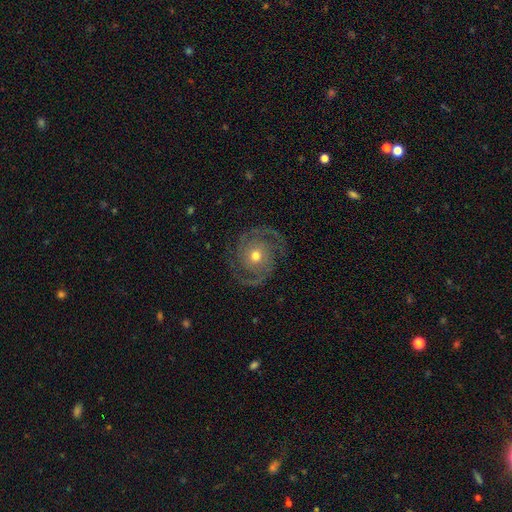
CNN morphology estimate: A featured or disk galaxy (90%) with no bar (75%), 2 (84%) tight (52%) spiral arms (97%) and a moderate central bulge (69%). Merging: none (82%).